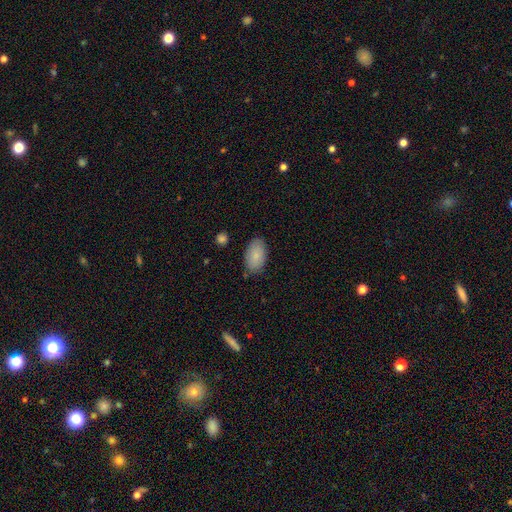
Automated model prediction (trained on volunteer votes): Smooth or featured?
  - smooth: 85% *
  - featured or disk: 9%
  - star or artifact: 7%
How rounded?
  - in between: 94% *
  - round: 5%
  - cigar-shaped: 2%
Merging?
  - none: 81% *
  - minor disturbance: 14%
  - major disturbance: 3%
  - merger: 2%